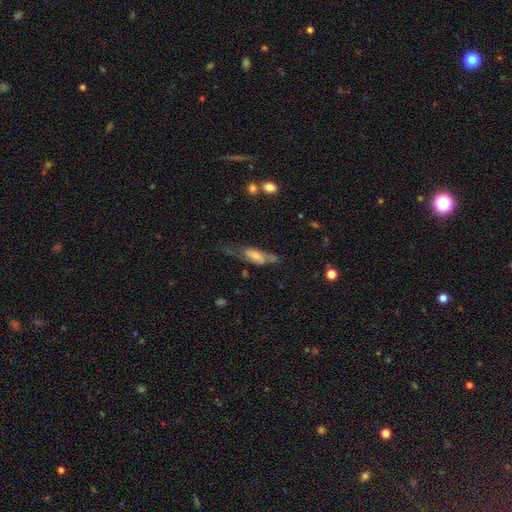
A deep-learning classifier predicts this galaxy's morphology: smooth 51%, featured or disk 41%, star or artifact 8%. Down the decision tree: how rounded — in between (69%); merging — major disturbance (39%).